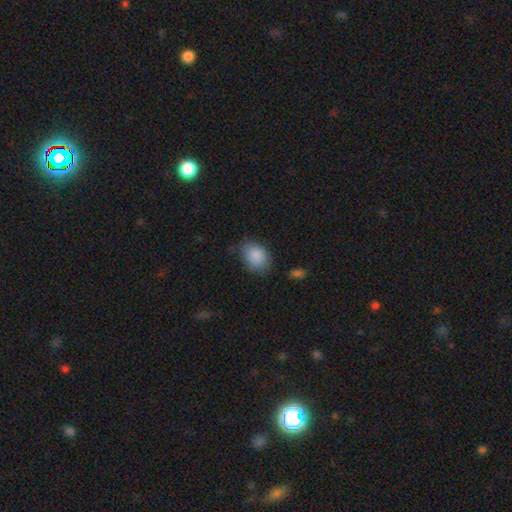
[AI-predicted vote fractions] smooth_or_featured: smooth (p=0.88) [alt: star or artifact p=0.07]
how_rounded: in between (p=0.68) [alt: round p=0.31]
merging: none (p=0.70) [alt: minor disturbance p=0.23]